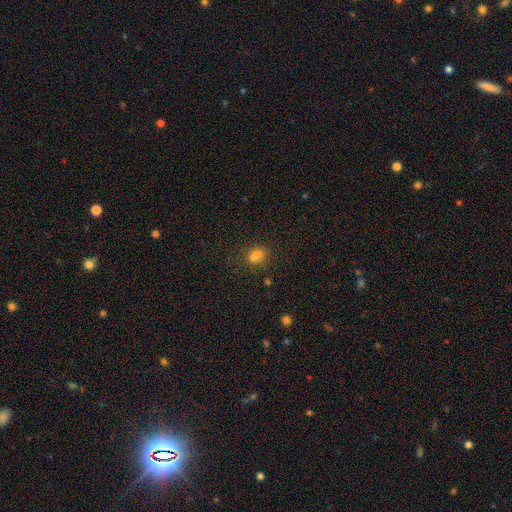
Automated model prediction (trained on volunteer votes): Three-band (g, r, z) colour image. It shows a smooth galaxy with no disk features (71%) that is round (55%). Merging: none (57%).